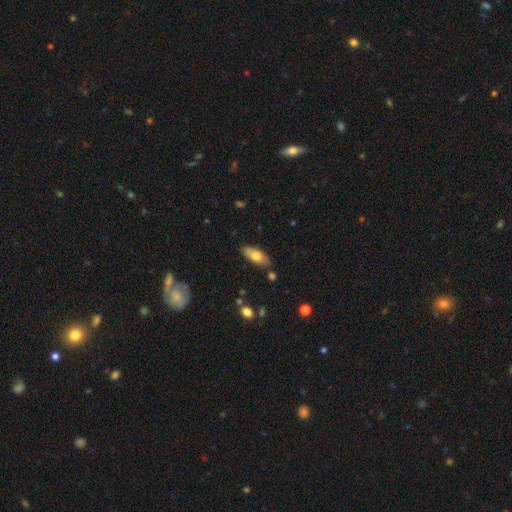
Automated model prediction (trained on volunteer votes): This is likely a smooth galaxy (69%). How rounded: clearly in between (83%). Merging: likely none (77%).